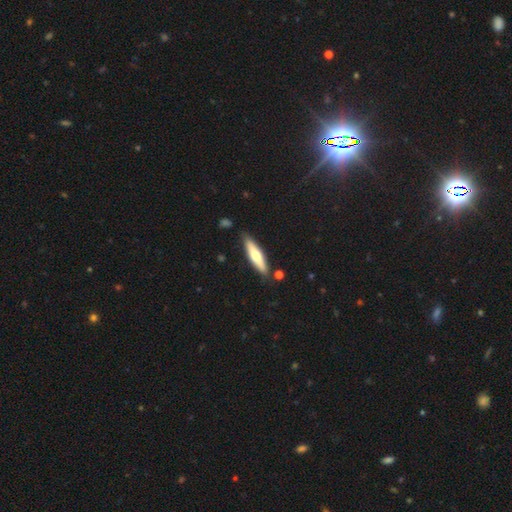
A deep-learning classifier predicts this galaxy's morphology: Smooth or featured?
  - smooth: 56% *
  - featured or disk: 39%
  - star or artifact: 5%
How rounded?
  - cigar-shaped: 75% *
  - in between: 23%
  - round: 1%
Merging?
  - none: 84% *
  - minor disturbance: 11%
  - merger: 3%
  - major disturbance: 2%